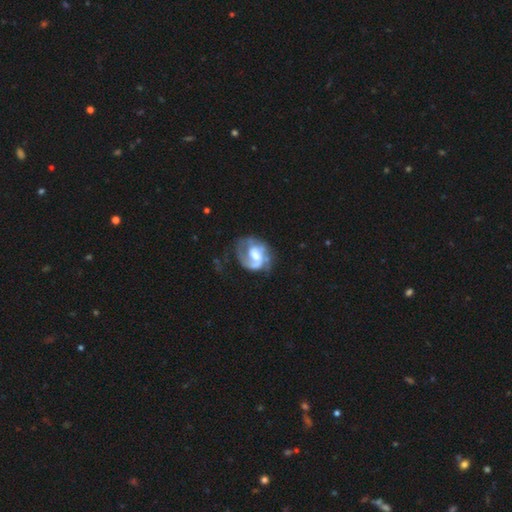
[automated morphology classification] This appears to be a featured or disk galaxy (75%) with no bar (46%), 1 (41%) medium (40%) spiral arms (85%) and a moderate central bulge (52%). Merging: none (44%).